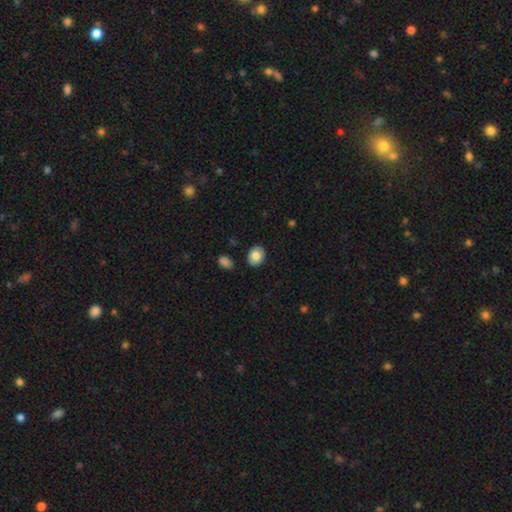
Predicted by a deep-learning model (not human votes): Smooth or featured? smooth (80%)
How rounded? in between (57%)
Merging? none (86%)